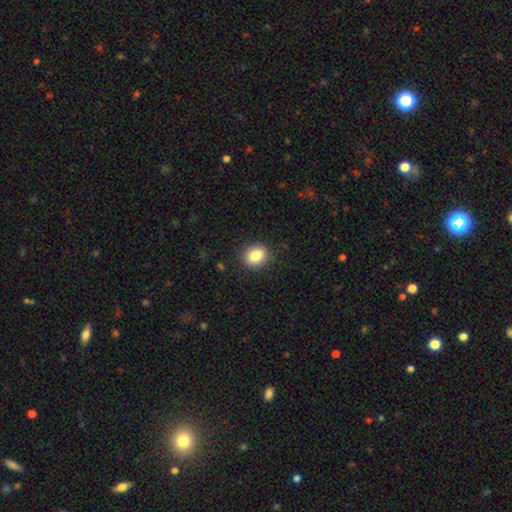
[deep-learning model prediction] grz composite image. It shows a smooth galaxy with no disk features (85%) that is round (52%). Merging: none (89%).